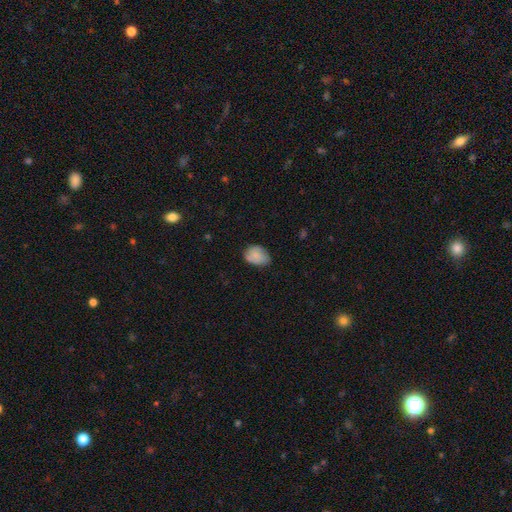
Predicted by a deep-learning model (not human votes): A smooth galaxy with no disk features (78%) that is in between round and cigar-shaped (73%). Merging: none (59%).